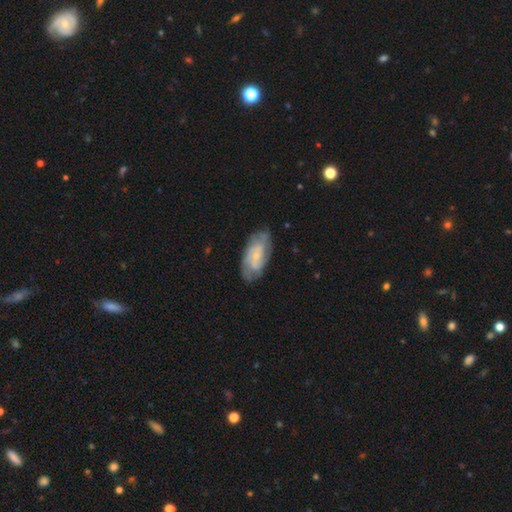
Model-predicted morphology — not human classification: Smooth or featured? Predicted: featured or disk (p=0.67). Edge-on disk? Predicted: no (p=0.93). Bar? Predicted: no (p=0.61). Spiral arms? Predicted: yes (p=0.87). Spiral winding? Predicted: tight (p=0.48). Spiral arm count? Predicted: can't tell (p=0.39). Bulge size? Predicted: small (p=0.74). Merging? Predicted: none (p=0.75).